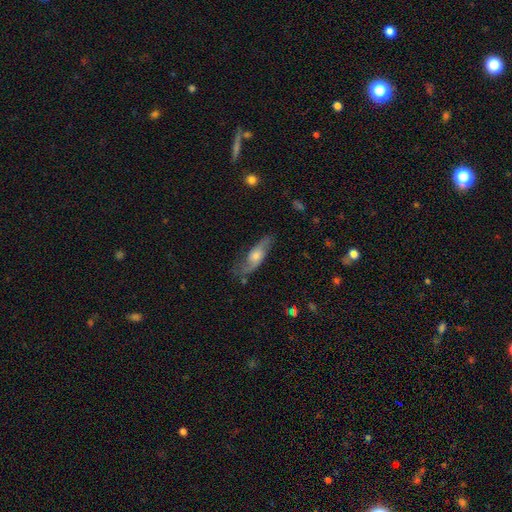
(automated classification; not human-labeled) A featured or disk galaxy (58%). Merging: none (68%).